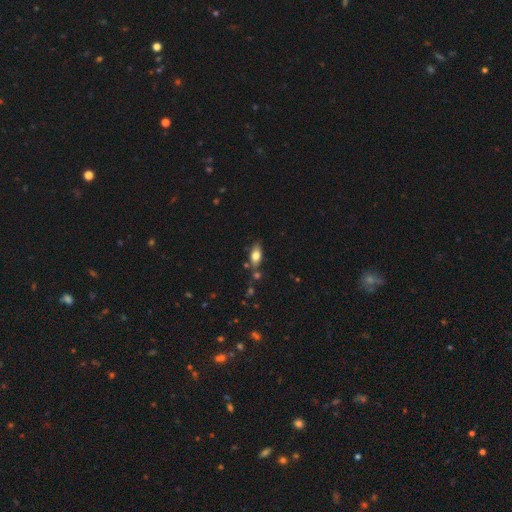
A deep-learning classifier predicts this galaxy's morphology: Smooth or featured?
  - smooth: 76% *
  - featured or disk: 15%
  - star or artifact: 8%
How rounded?
  - in between: 86% *
  - cigar-shaped: 10%
  - round: 5%
Merging?
  - none: 69% *
  - minor disturbance: 17%
  - merger: 11%
  - major disturbance: 4%